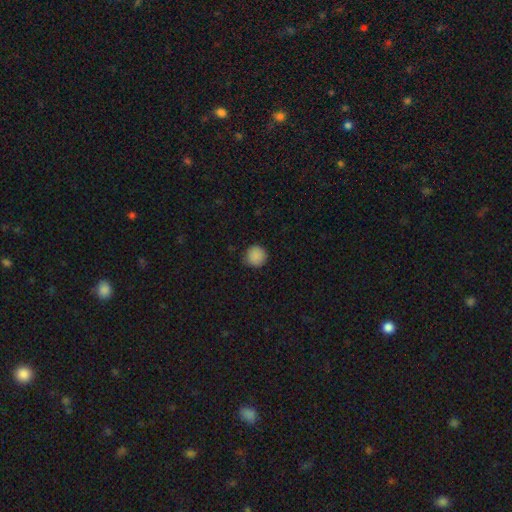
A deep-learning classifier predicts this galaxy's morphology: Smooth or featured? Predicted: smooth (p=0.88). How rounded? Predicted: round (p=0.94). Merging? Predicted: none (p=0.85).